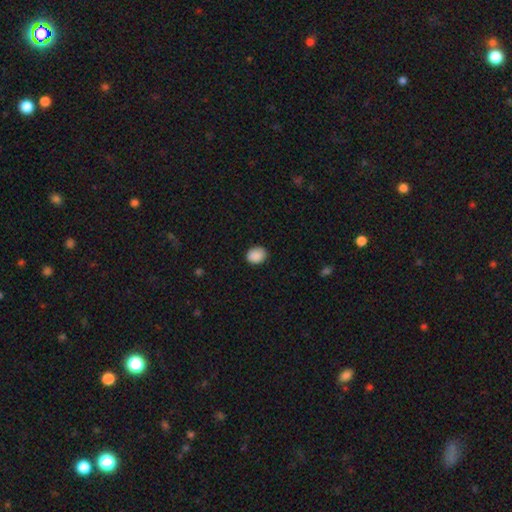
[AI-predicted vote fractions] Morphology: type=smooth (90%); roundness=round (51%); merging=none (86%).